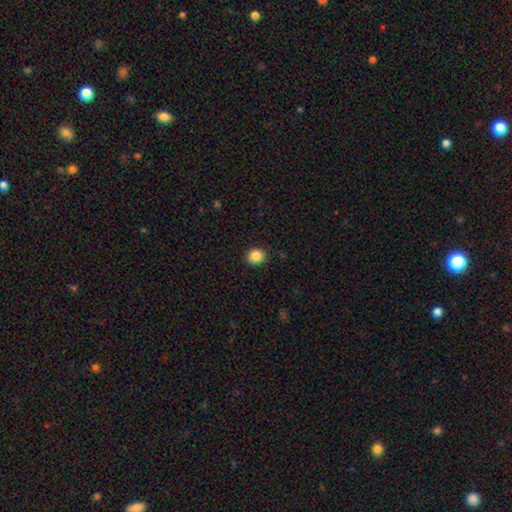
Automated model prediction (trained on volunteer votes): Smooth or featured? Predicted: smooth (p=0.86). How rounded? Predicted: round (p=0.79). Merging? Predicted: none (p=0.90).